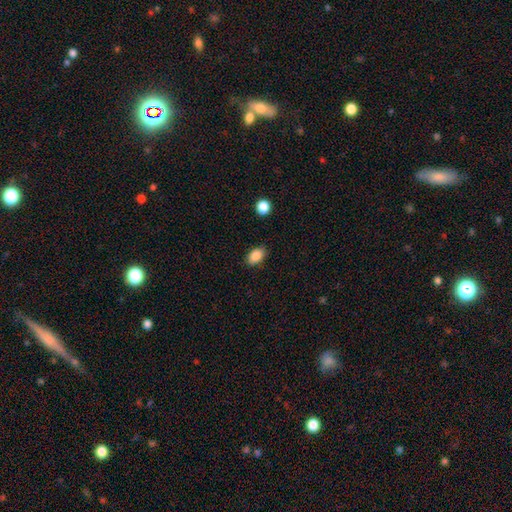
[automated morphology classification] Overall: smooth (87%). How rounded: in between (88%). Merging: none (85%).